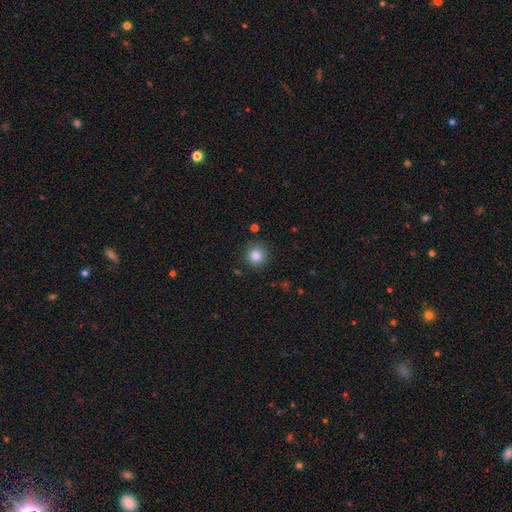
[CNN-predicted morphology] Smooth or featured?
  - smooth: 85% *
  - star or artifact: 10%
  - featured or disk: 4%
How rounded?
  - round: 94% *
  - in between: 5%
  - cigar-shaped: 1%
Merging?
  - none: 88% *
  - minor disturbance: 8%
  - major disturbance: 3%
  - merger: 2%